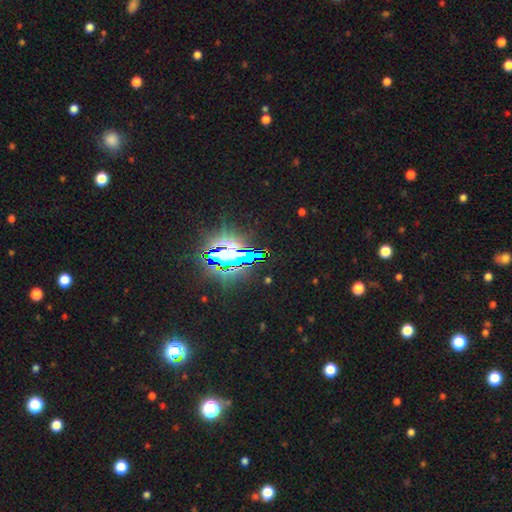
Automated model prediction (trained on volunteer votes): This appears to be a star or artifact, not a galaxy (79%).